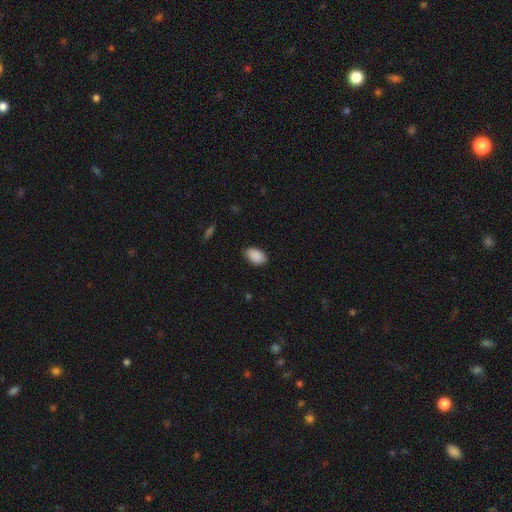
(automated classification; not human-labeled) Smooth or featured? smooth (90%)
How rounded? in between (92%)
Merging? none (85%)